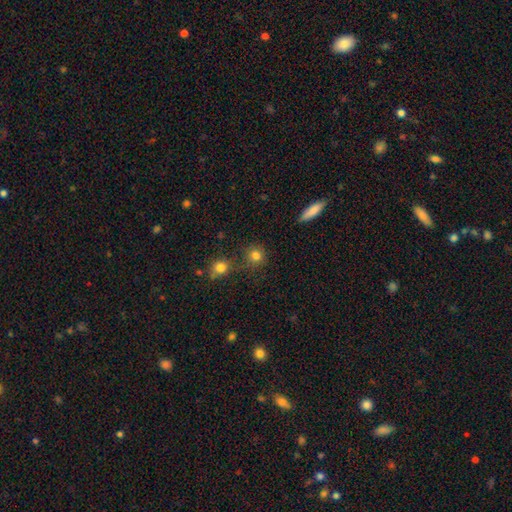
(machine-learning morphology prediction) smooth-or-featured: smooth: 80% | star or artifact: 13% | featured or disk: 7%
  how-rounded: round: 89% | in between: 10% | cigar-shaped: 1%
  merging: none: 70% | merger: 16% | minor disturbance: 10% | major disturbance: 4%